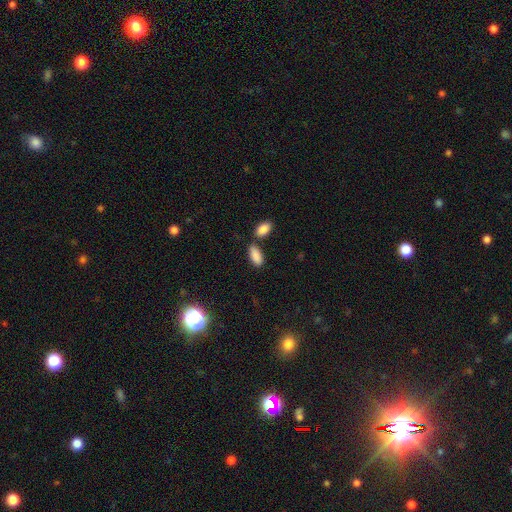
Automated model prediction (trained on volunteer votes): Smooth or featured: smooth — 89% (star or artifact — 7%)
How rounded: in between — 89% (cigar-shaped — 9%)
Merging: none — 65% (merger — 18%)